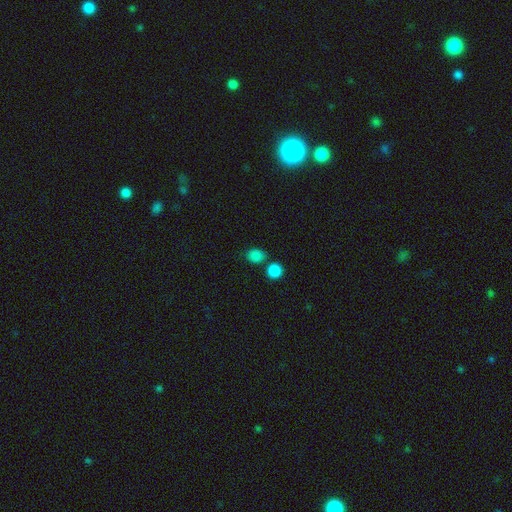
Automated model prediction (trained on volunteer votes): Smooth or featured: smooth — 82% (star or artifact — 14%)
How rounded: round — 57% (in between — 42%)
Merging: none — 69% (merger — 15%)